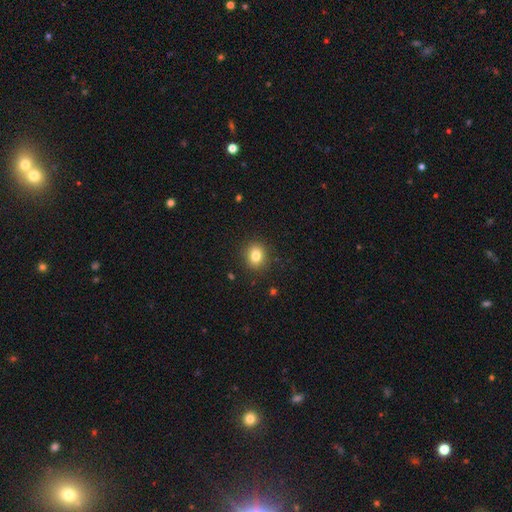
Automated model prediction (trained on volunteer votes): A smooth galaxy with no disk features (81%) that is round (71%). Merging: none (90%).